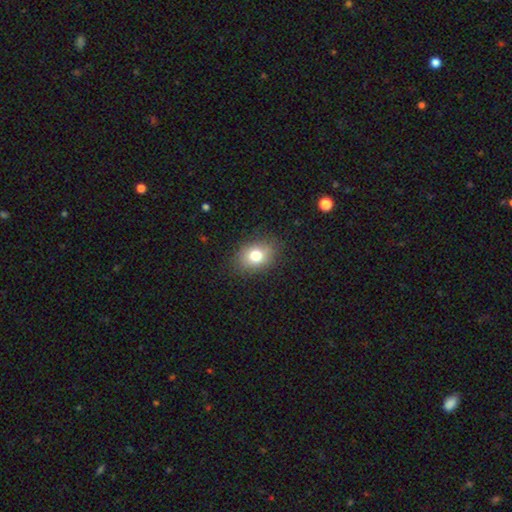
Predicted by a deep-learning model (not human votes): Smooth or featured?
  - smooth: 77% *
  - featured or disk: 12%
  - star or artifact: 11%
How rounded?
  - in between: 64% *
  - round: 35%
  - cigar-shaped: 1%
Merging?
  - none: 83% *
  - minor disturbance: 12%
  - major disturbance: 4%
  - merger: 1%